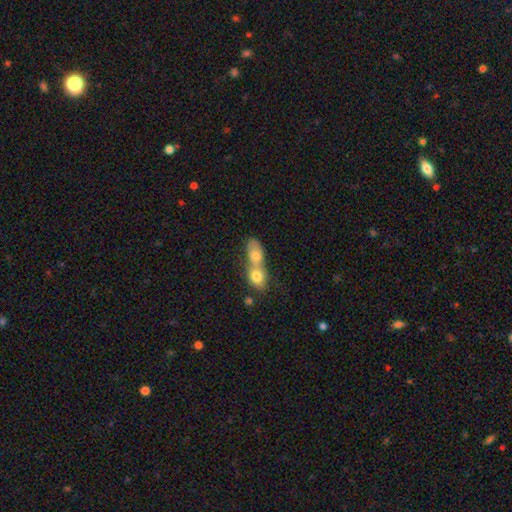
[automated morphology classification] smooth 71%, featured or disk 20%, star or artifact 9%. Down the decision tree: how rounded — in between (66%); merging — merger (79%).